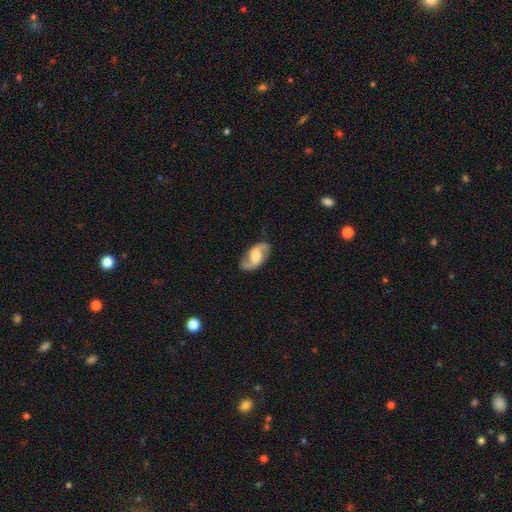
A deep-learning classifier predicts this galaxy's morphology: Overall: featured or disk (84%). Edge-on disk: no (96%). Bar: weak (45%; no 41%). Spiral arms: yes (95%). Spiral arm count: 2 (93%). Spiral winding: medium (45%; loose 43%). Bulge size: moderate (39%; large 36%). Merging: none (83%).